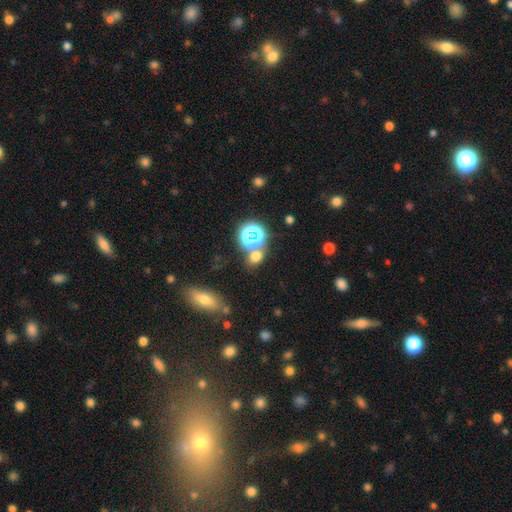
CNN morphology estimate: smooth-or-featured: smooth: 63% | star or artifact: 30% | featured or disk: 8%
  how-rounded: round: 58% | in between: 40% | cigar-shaped: 2%
  merging: none: 66% | merger: 20% | minor disturbance: 10% | major disturbance: 5%